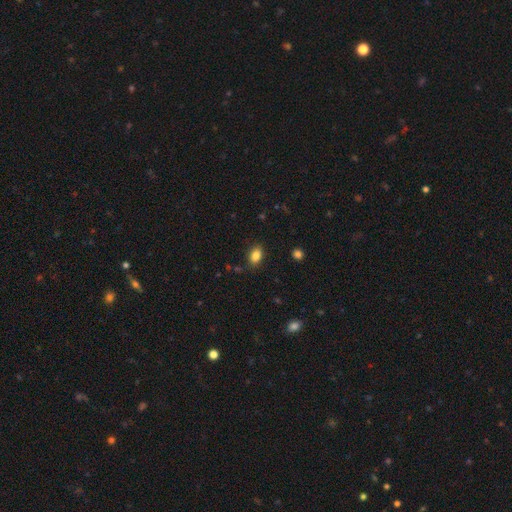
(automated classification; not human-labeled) A smooth galaxy with no disk features (85%) that is in between round and cigar-shaped (85%). Merging: none (84%).